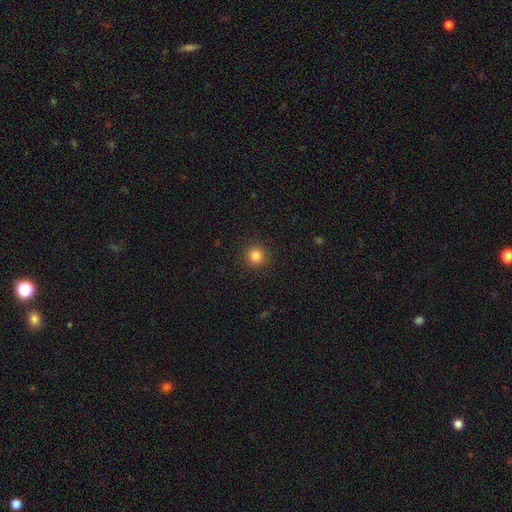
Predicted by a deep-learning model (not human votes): Overall: smooth (83%). How rounded: round (94%). Merging: none (92%).